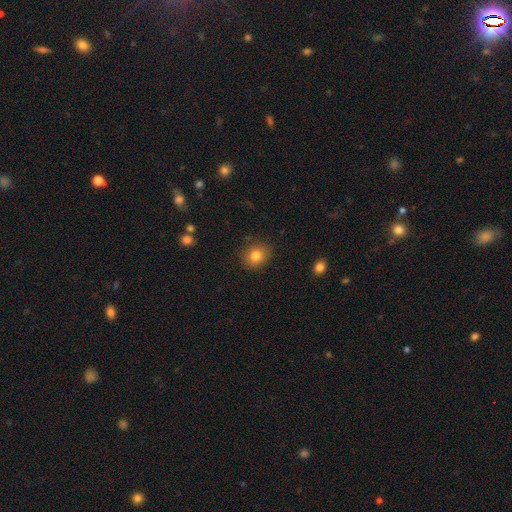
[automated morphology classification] smooth_or_featured: smooth (p=0.81) [alt: star or artifact p=0.11]
how_rounded: round (p=0.71) [alt: in between p=0.29]
merging: none (p=0.86) [alt: minor disturbance p=0.10]